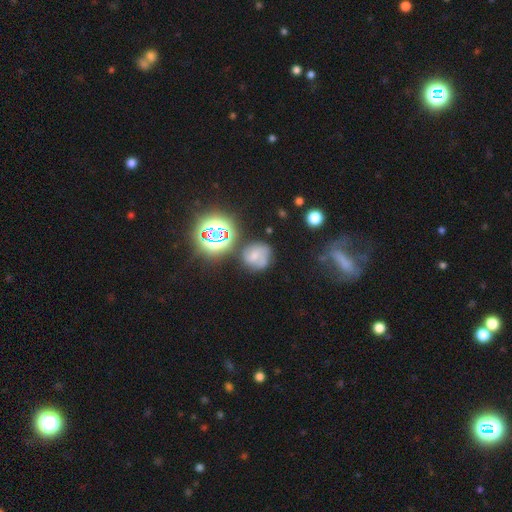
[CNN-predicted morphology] type=featured or disk (42%); merging=none (60%).